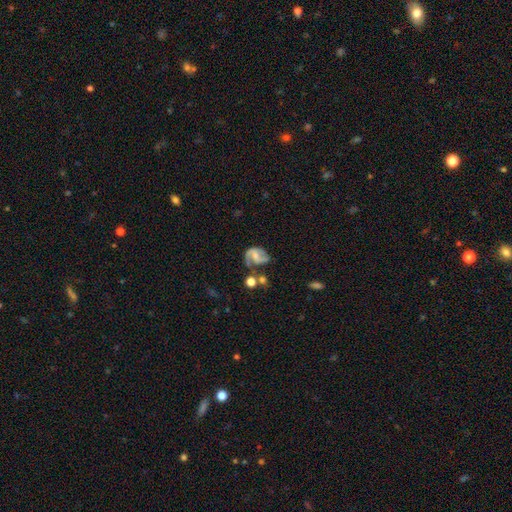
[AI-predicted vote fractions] Smooth or featured? featured or disk (75%)
Edge-on disk? no (98%)
Bar? weak (44%)
Spiral arms? yes (91%)
Spiral winding? medium (49%)
Spiral arm count? 2 (77%)
Bulge size? small (42%)
Merging? none (45%)